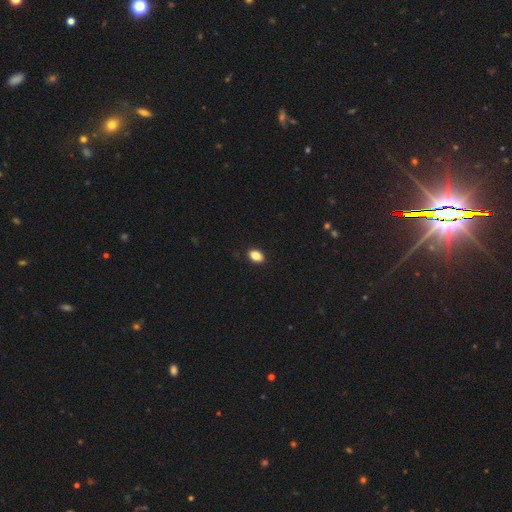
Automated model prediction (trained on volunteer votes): smooth-or-featured: smooth: 86% | star or artifact: 9% | featured or disk: 5%
  how-rounded: in between: 82% | round: 16% | cigar-shaped: 2%
  merging: none: 90% | minor disturbance: 8% | major disturbance: 2% | merger: 1%